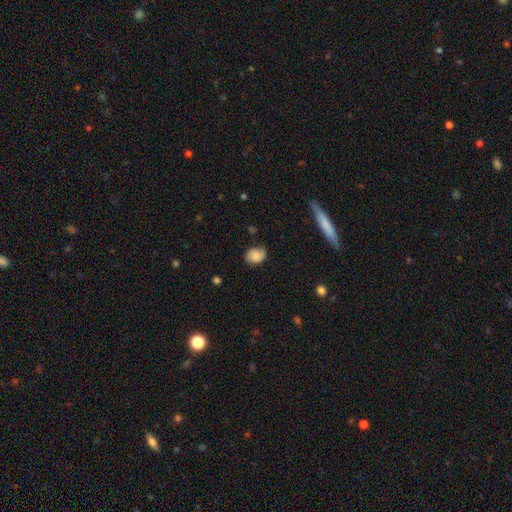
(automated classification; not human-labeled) Overall: smooth (75%). How rounded: in between (56%; round 43%). Merging: none (69%).